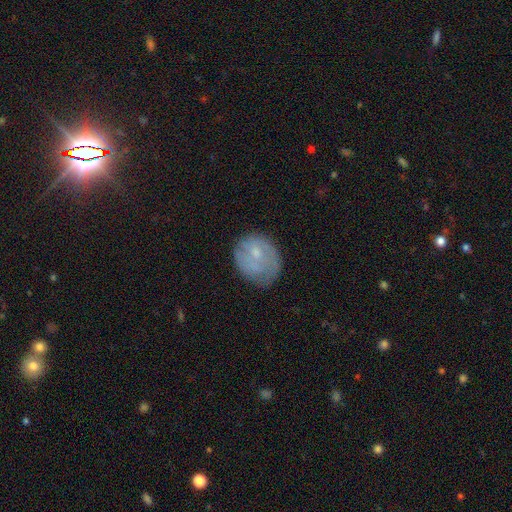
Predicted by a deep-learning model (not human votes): smooth_or_featured: smooth (p=0.55) [alt: featured or disk p=0.37]
how_rounded: round (p=0.65) [alt: in between p=0.34]
merging: none (p=0.59) [alt: minor disturbance p=0.28]